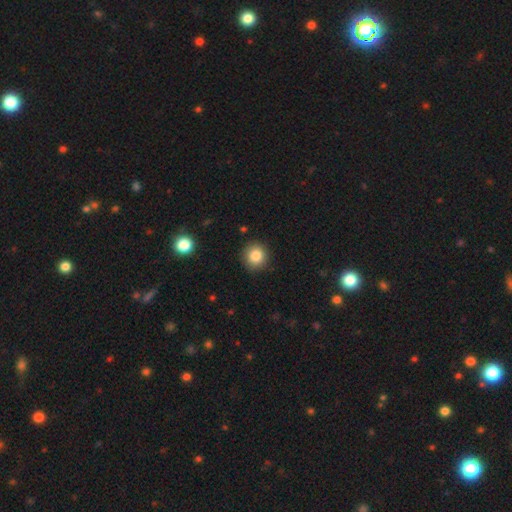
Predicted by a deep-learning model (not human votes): Smooth or featured? Predicted: smooth (p=0.84). How rounded? Predicted: round (p=0.92). Merging? Predicted: none (p=0.90).